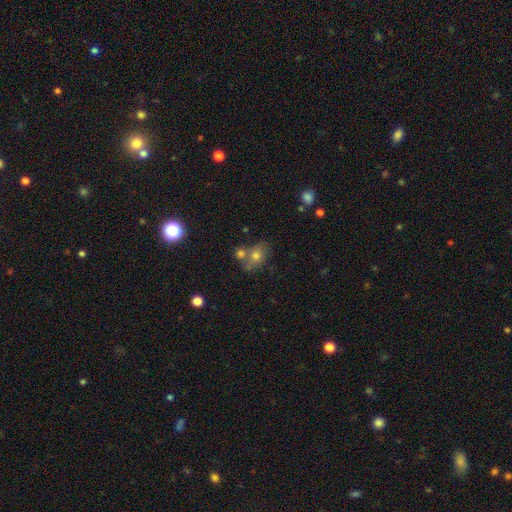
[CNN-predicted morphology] Overall: smooth (66%). How rounded: in between (50%; round 48%). Merging: none (51%; merger 31%).